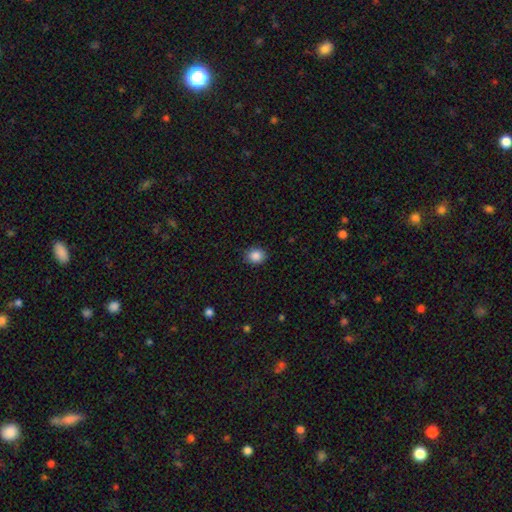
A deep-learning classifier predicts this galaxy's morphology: smooth-or-featured: smooth: 87% | star or artifact: 9% | featured or disk: 4%
  how-rounded: round: 65% | in between: 35% | cigar-shaped: 1%
  merging: none: 87% | minor disturbance: 9% | major disturbance: 2% | merger: 1%